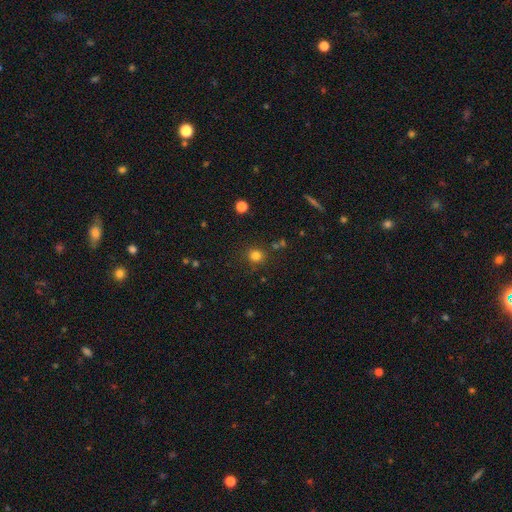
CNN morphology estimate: Overall: smooth (79%). How rounded: round (90%). Merging: none (83%).